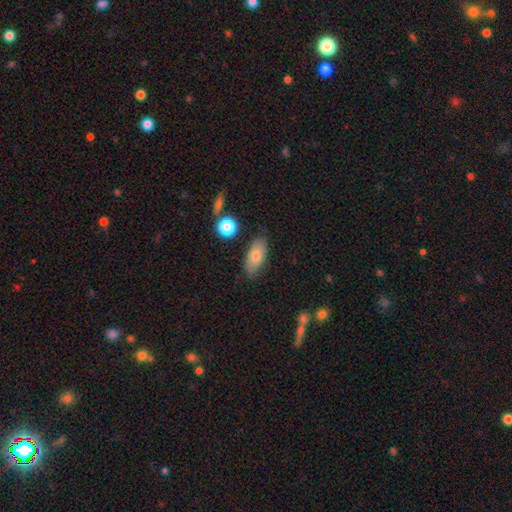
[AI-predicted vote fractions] Smooth or featured?
  - smooth: 76% *
  - featured or disk: 17%
  - star or artifact: 7%
How rounded?
  - in between: 89% *
  - cigar-shaped: 7%
  - round: 4%
Merging?
  - none: 80% *
  - minor disturbance: 14%
  - major disturbance: 3%
  - merger: 3%